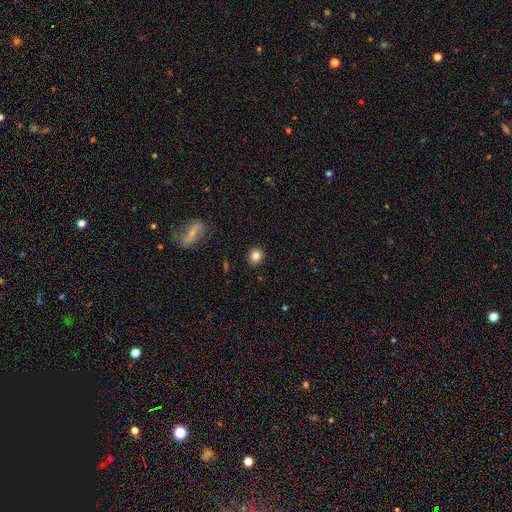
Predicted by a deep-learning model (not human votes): Smooth or featured? smooth (82%)
How rounded? round (77%)
Merging? none (89%)